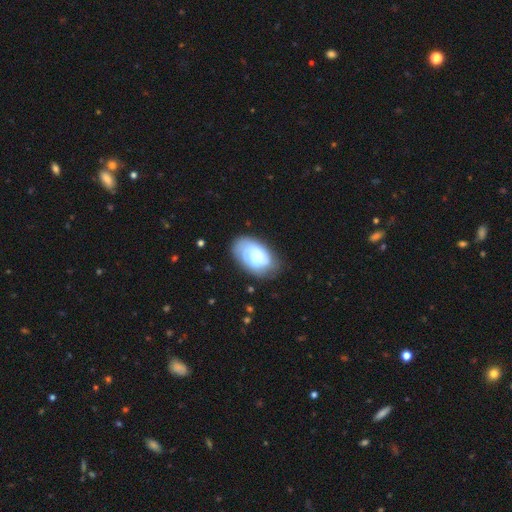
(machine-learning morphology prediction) This appears to be a featured or disk galaxy (48%). Merging: none (70%).